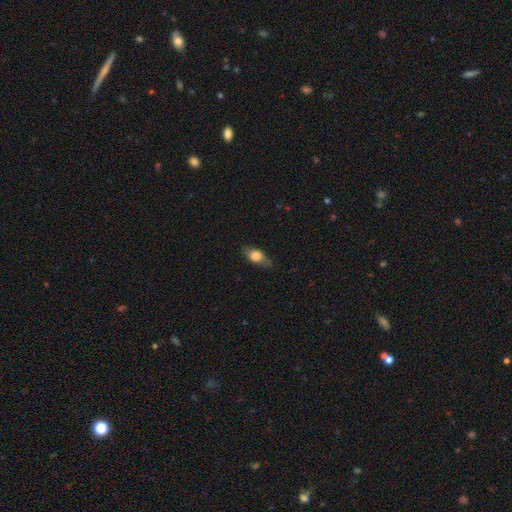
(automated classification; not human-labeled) Q: Smooth or featured?
A: smooth (68%); runner-up: featured or disk (25%)
Q: How rounded?
A: in between (75%); runner-up: round (15%)
Q: Merging?
A: none (73%); runner-up: minor disturbance (20%)